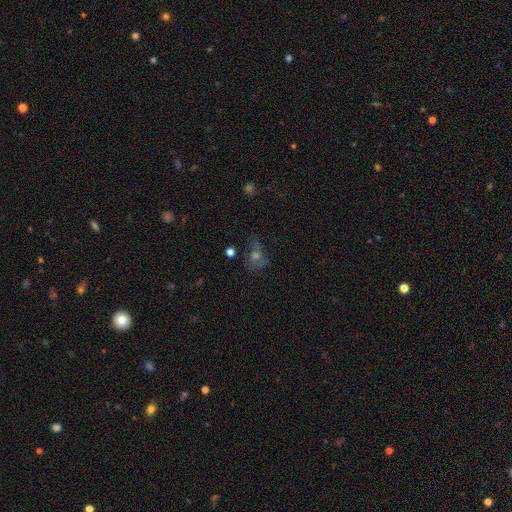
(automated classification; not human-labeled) This is marginally a smooth galaxy (36%, tied with featured or disk). Merging: possibly none (49%).